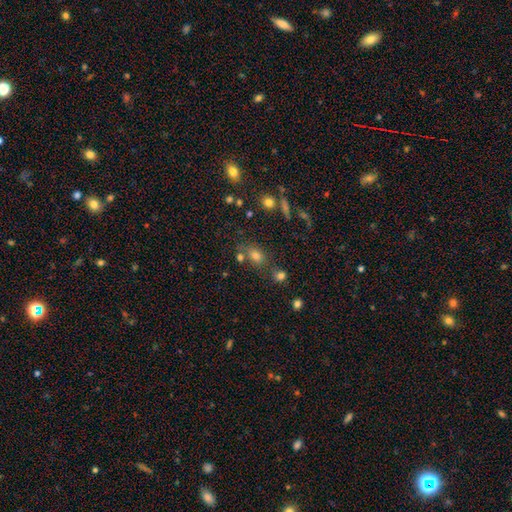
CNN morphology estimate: smooth-or-featured: smooth: 63% | star or artifact: 27% | featured or disk: 11%
  how-rounded: in between: 51% | round: 47% | cigar-shaped: 3%
  merging: none: 66% | merger: 15% | minor disturbance: 13% | major disturbance: 5%